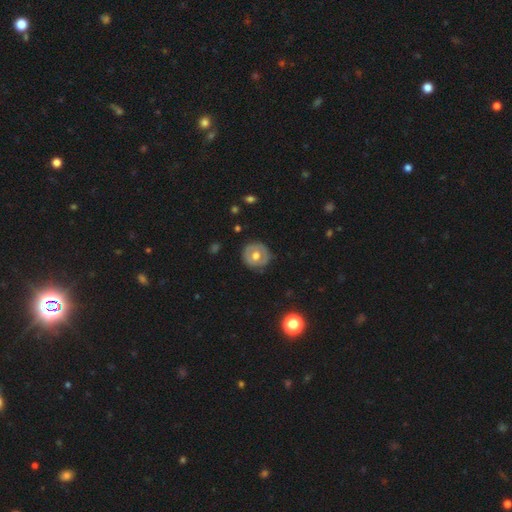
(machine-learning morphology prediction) smooth_or_featured: smooth (p=0.53) [alt: featured or disk p=0.40]
how_rounded: round (p=0.90) [alt: in between p=0.09]
merging: none (p=0.83) [alt: minor disturbance p=0.12]